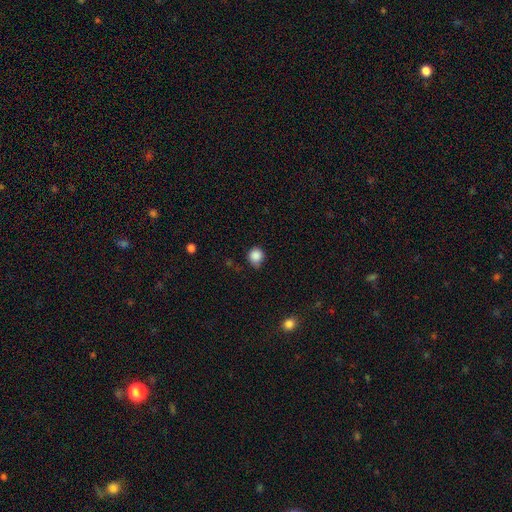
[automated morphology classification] smooth 87%, star or artifact 10%, featured or disk 4%. Down the decision tree: how rounded — round (87%); merging — none (66%).